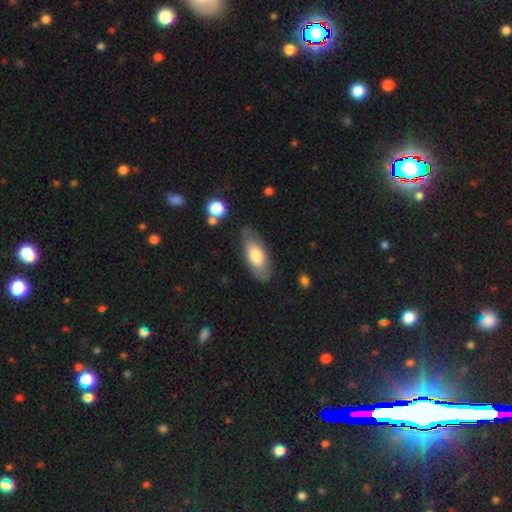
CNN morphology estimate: smooth-or-featured: smooth: 69% | featured or disk: 26% | star or artifact: 6%
  how-rounded: in between: 80% | cigar-shaped: 18% | round: 2%
  merging: none: 80% | minor disturbance: 14% | major disturbance: 4% | merger: 2%